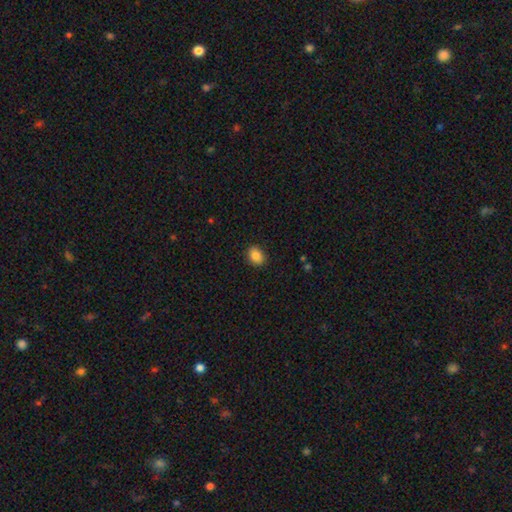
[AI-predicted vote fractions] A smooth galaxy with no disk features (85%) that is in between round and cigar-shaped (59%).

Vote fractions:
- Smooth or featured? smooth: 85% / star or artifact: 9% / featured or disk: 6%
- How rounded? in between: 59% / round: 40% / cigar-shaped: 1%
- Merging? none: 89% / minor disturbance: 8% / major disturbance: 2% / merger: 1%